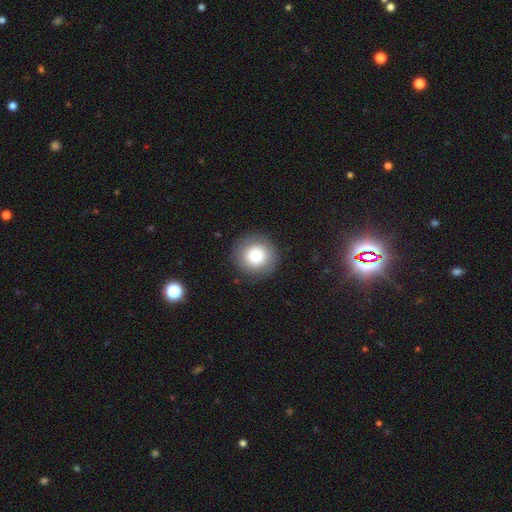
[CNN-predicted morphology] The model was most divided on "smooth or featured": smooth: 80%, featured or disk: 11%, star or artifact: 9%. More confident: how rounded — round (94%); merging — none (89%).